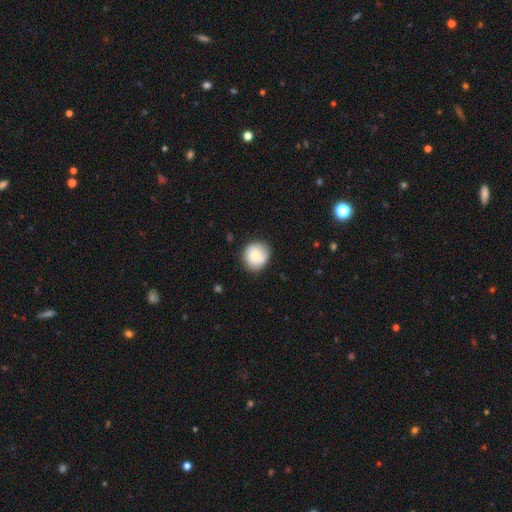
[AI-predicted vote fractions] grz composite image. It shows a smooth galaxy with no disk features (71%) that is round (87%). Merging: none (82%).